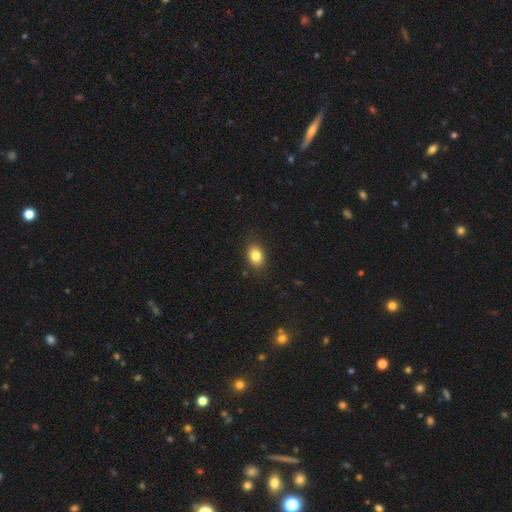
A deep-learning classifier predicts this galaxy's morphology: This is clearly a smooth galaxy (83%). How rounded: likely in between (69%). Merging: clearly none (86%).